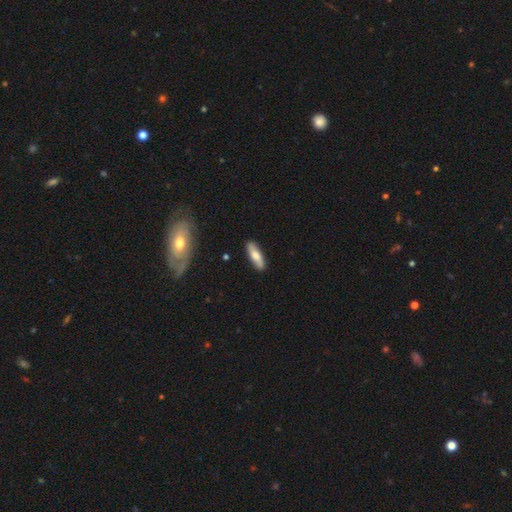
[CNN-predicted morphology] Q: Smooth or featured?
A: smooth (65%); runner-up: featured or disk (29%)
Q: How rounded?
A: cigar-shaped (57%); runner-up: in between (41%)
Q: Merging?
A: none (87%); runner-up: minor disturbance (10%)